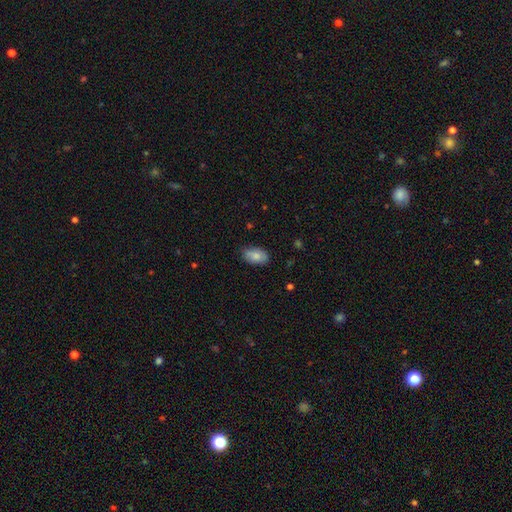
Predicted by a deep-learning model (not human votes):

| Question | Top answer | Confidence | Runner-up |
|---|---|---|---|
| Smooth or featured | smooth | 81% | featured or disk (12%) |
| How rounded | in between | 92% | round (6%) |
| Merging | none | 79% | minor disturbance (17%) |